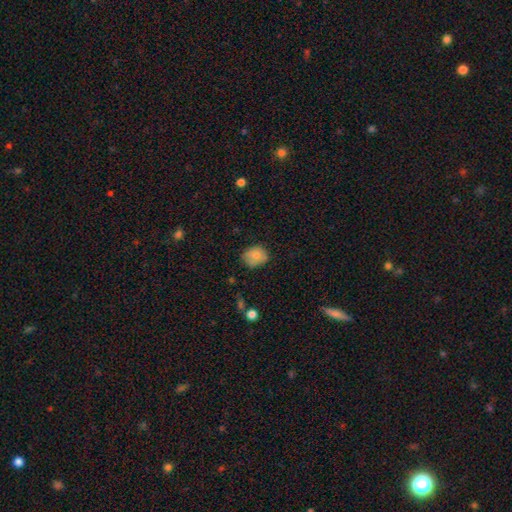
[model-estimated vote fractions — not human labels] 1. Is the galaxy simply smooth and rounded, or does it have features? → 77% smooth, 15% featured or disk, 8% star or artifact.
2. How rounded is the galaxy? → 59% round, 40% in between, 1% cigar-shaped.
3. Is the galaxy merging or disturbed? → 66% none, 27% minor disturbance, 5% major disturbance, 2% merger.